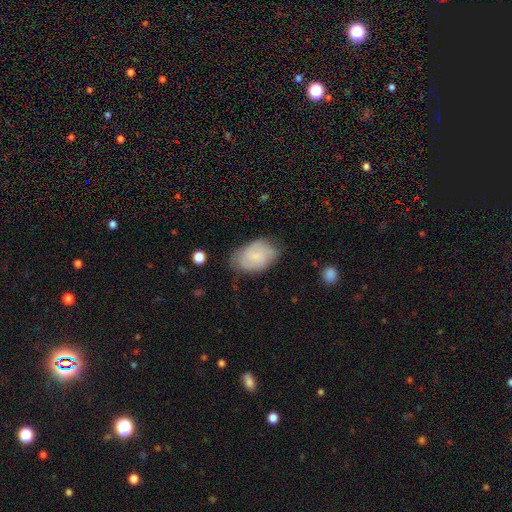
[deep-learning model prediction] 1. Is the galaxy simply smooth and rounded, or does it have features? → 59% smooth, 34% featured or disk, 8% star or artifact.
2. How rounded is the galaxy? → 89% in between, 10% round, 1% cigar-shaped.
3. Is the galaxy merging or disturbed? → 65% none, 27% minor disturbance, 7% major disturbance, 2% merger.